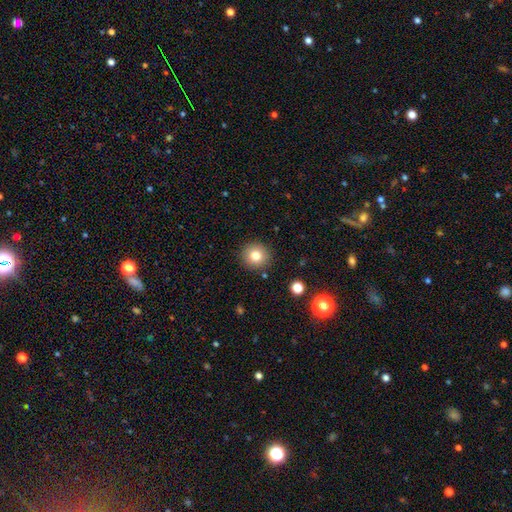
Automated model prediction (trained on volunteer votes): Q: Smooth or featured?
A: smooth (79%); runner-up: star or artifact (12%)
Q: How rounded?
A: round (93%); runner-up: in between (6%)
Q: Merging?
A: none (89%); runner-up: minor disturbance (6%)